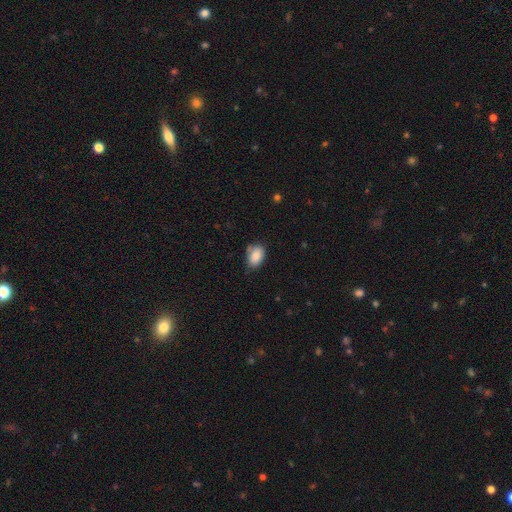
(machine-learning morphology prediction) A smooth galaxy with no disk features (87%) that is in between round and cigar-shaped (87%). Merging: none (63%).